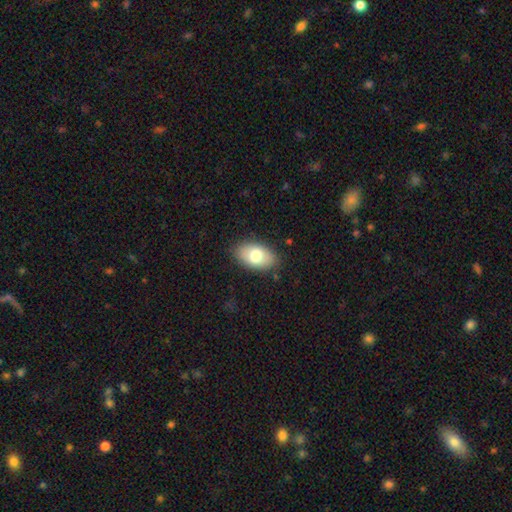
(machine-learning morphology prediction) Smooth or featured?
  - smooth: 76% *
  - featured or disk: 18%
  - star or artifact: 7%
How rounded?
  - in between: 92% *
  - round: 6%
  - cigar-shaped: 1%
Merging?
  - none: 85% *
  - minor disturbance: 11%
  - major disturbance: 3%
  - merger: 1%